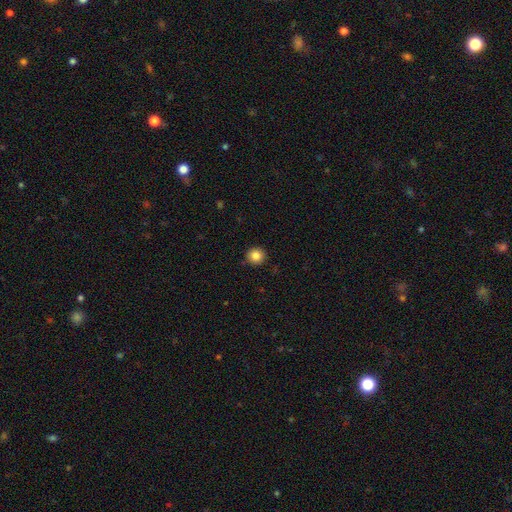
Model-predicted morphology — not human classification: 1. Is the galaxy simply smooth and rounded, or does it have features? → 85% smooth, 10% star or artifact, 5% featured or disk.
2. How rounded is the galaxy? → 91% round, 8% in between, 1% cigar-shaped.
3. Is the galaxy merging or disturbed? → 90% none, 7% minor disturbance, 2% major disturbance, 1% merger.